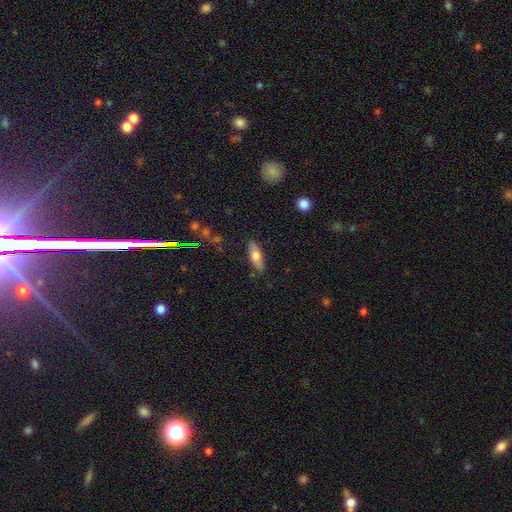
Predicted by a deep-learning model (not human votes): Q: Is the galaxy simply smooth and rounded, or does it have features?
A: smooth — 65%.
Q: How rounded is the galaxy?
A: in between — 64%.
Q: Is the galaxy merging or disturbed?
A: none — 85%.